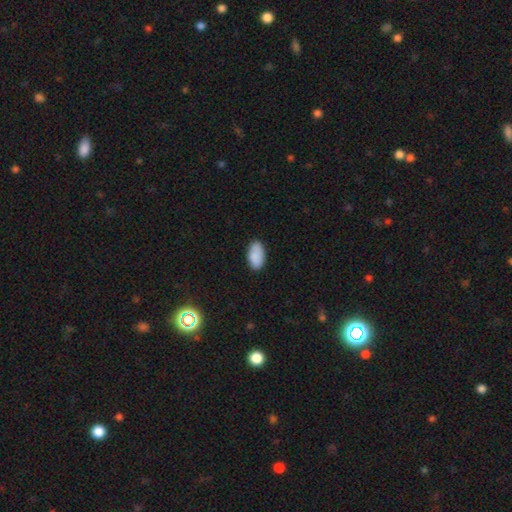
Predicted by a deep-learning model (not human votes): The model was most divided on "merging": none: 84%, minor disturbance: 12%, major disturbance: 2%, merger: 1%. More confident: how rounded — in between (95%); smooth or featured — smooth (89%).